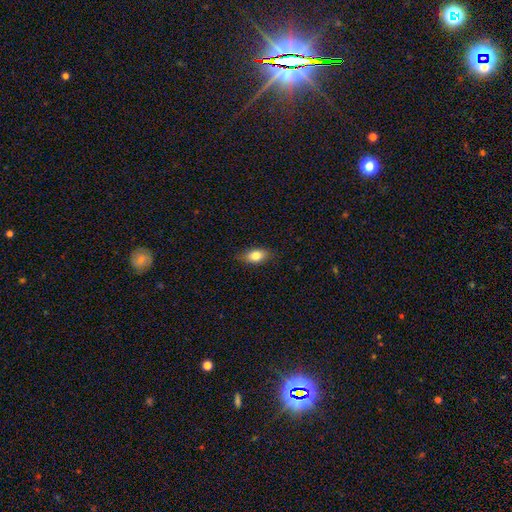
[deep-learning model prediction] This appears to be a smooth galaxy with no disk features (82%) that is in between round and cigar-shaped (86%). Merging: none (82%).